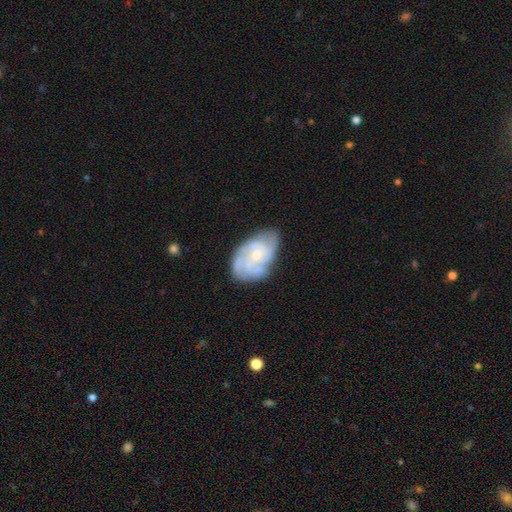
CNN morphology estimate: featured or disk 76%, smooth 17%, star or artifact 6%. Down the decision tree: edge-on disk — no (97%); bar — no (74%); spiral arms — yes (90%); spiral arm count — can't tell (34%); spiral winding — tight (56%); bulge size — small (62%); merging — none (64%).